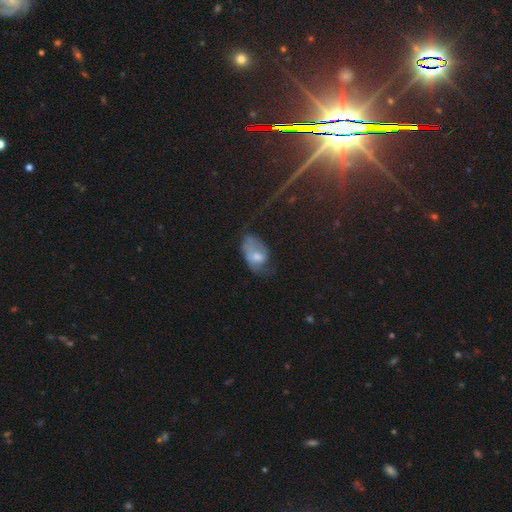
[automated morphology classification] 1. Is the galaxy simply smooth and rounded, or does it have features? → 48% smooth, 42% featured or disk, 10% star or artifact.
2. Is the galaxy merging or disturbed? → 34% major disturbance, 31% none, 31% minor disturbance, 3% merger.